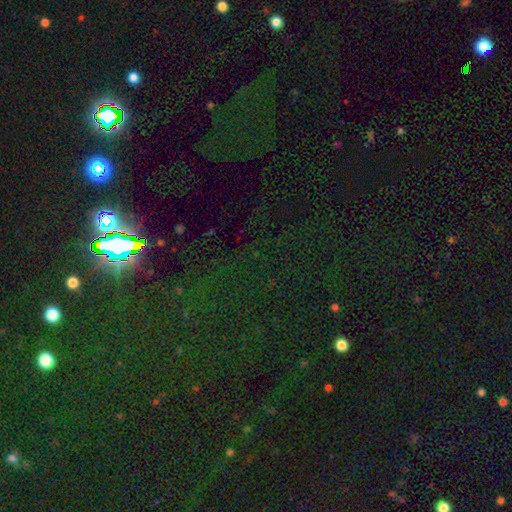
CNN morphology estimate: The model was most divided on "smooth or featured": star or artifact: 81%, smooth: 11%, featured or disk: 8%.